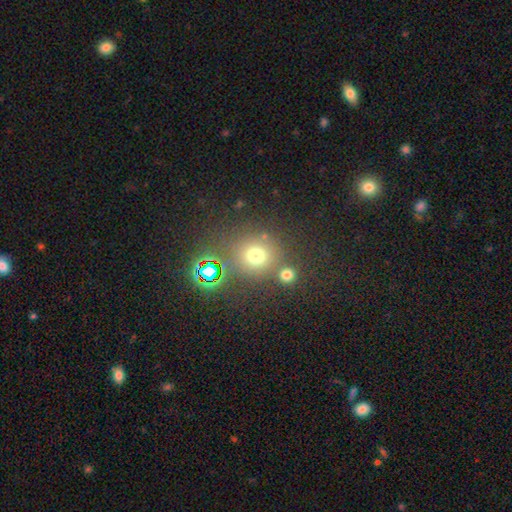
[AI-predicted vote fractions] Smooth or featured?
  - smooth: 66% *
  - star or artifact: 26%
  - featured or disk: 8%
How rounded?
  - round: 87% *
  - in between: 12%
  - cigar-shaped: 1%
Merging?
  - none: 71% *
  - merger: 15%
  - minor disturbance: 9%
  - major disturbance: 5%